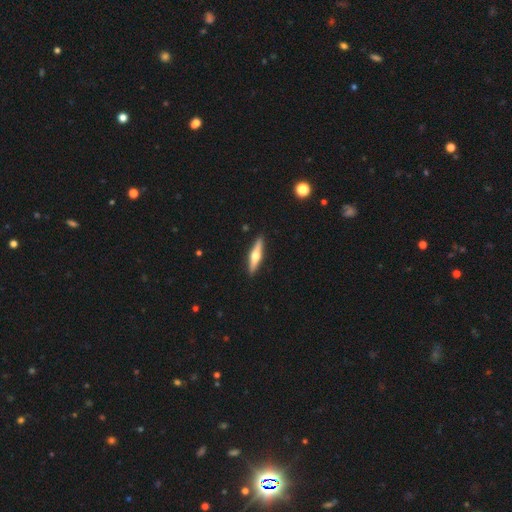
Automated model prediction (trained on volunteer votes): Overall: featured or disk (62%; smooth 33%). Edge-on disk: yes (96%). Edge-on bulge: rounded (95%). Merging: none (91%).